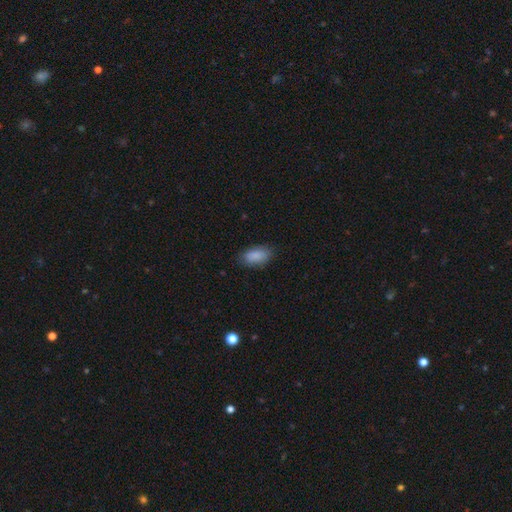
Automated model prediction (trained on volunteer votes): Q: Smooth or featured?
A: smooth (88%); runner-up: star or artifact (7%)
Q: How rounded?
A: in between (92%); runner-up: cigar-shaped (4%)
Q: Merging?
A: none (81%); runner-up: minor disturbance (15%)